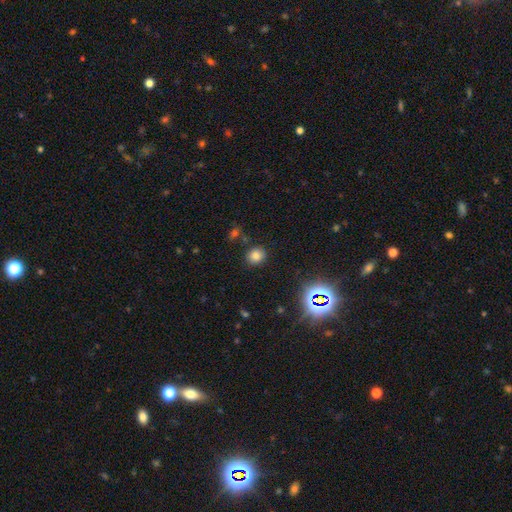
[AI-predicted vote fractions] Smooth or featured? smooth (76%)
How rounded? round (78%)
Merging? none (86%)